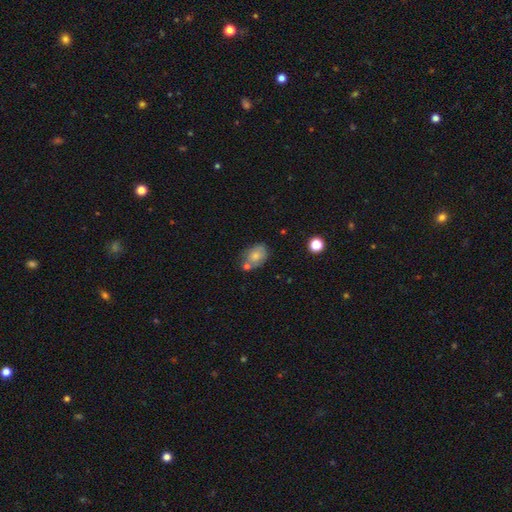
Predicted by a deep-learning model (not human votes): Overall: smooth (74%). How rounded: in between (69%; round 29%). Merging: none (54%; merger 21%).